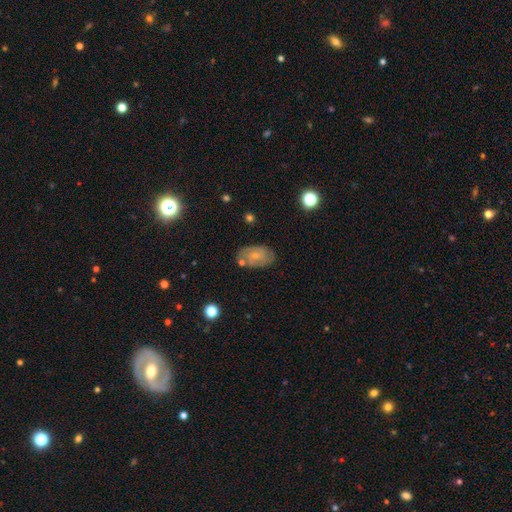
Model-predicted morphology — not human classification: This appears to be a smooth galaxy with no disk features (48%). Merging: none (69%).